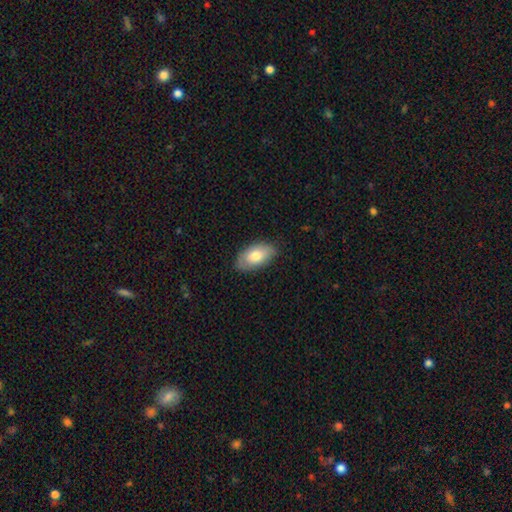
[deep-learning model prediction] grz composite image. It shows a smooth galaxy with no disk features (75%) that is in between round and cigar-shaped (94%). Merging: none (82%).